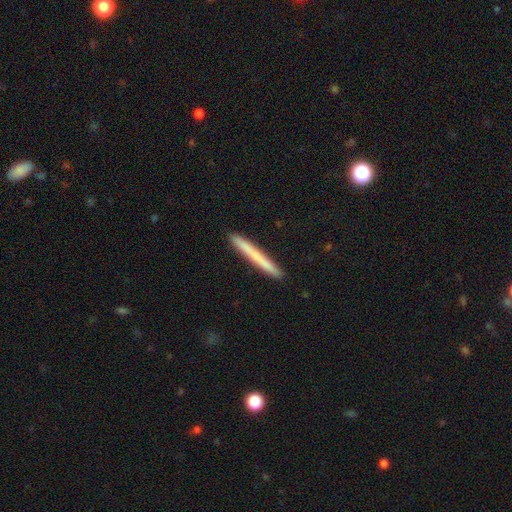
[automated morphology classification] Q: Smooth or featured?
A: smooth (68%); runner-up: featured or disk (26%)
Q: How rounded?
A: cigar-shaped (97%); runner-up: in between (2%)
Q: Merging?
A: none (92%); runner-up: minor disturbance (6%)